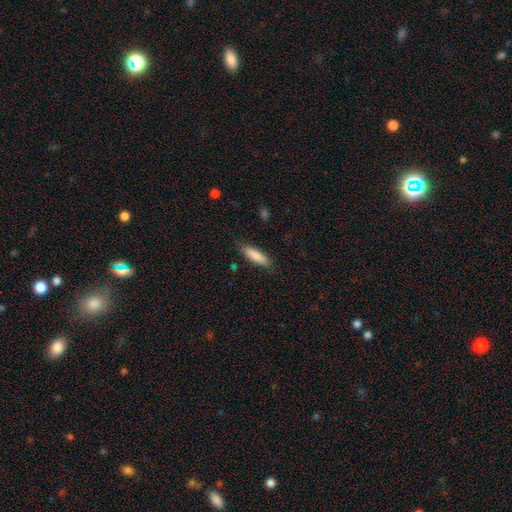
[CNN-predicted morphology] Smooth or featured: smooth — 82% (featured or disk — 12%)
How rounded: cigar-shaped — 62% (in between — 37%)
Merging: none — 84% (minor disturbance — 12%)